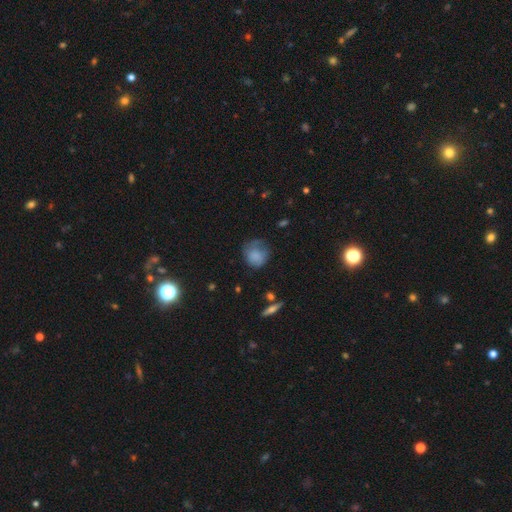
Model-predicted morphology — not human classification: Q: Smooth or featured?
A: smooth (75%); runner-up: featured or disk (16%)
Q: How rounded?
A: round (78%); runner-up: in between (21%)
Q: Merging?
A: none (45%); runner-up: minor disturbance (32%)